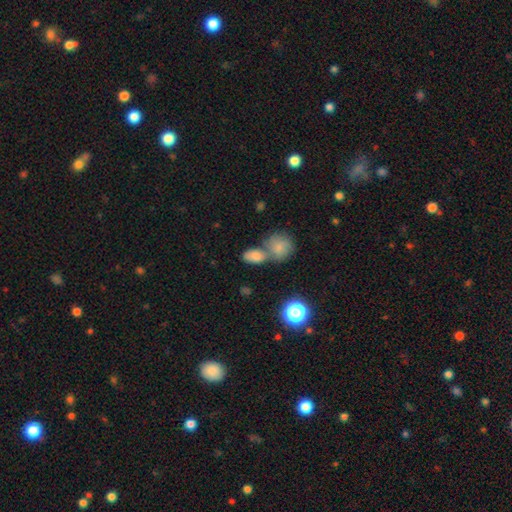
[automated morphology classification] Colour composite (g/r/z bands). It shows a smooth galaxy with no disk features (76%) that is in between round and cigar-shaped (71%). Merging: merger (47%).